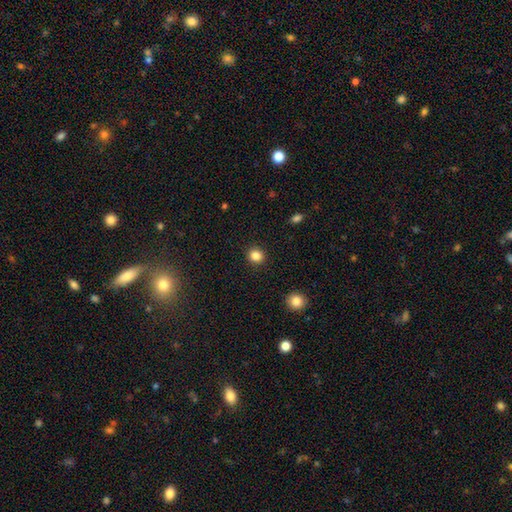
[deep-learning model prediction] Q: Smooth or featured?
A: smooth (85%); runner-up: star or artifact (11%)
Q: How rounded?
A: round (89%); runner-up: in between (10%)
Q: Merging?
A: none (92%); runner-up: minor disturbance (5%)